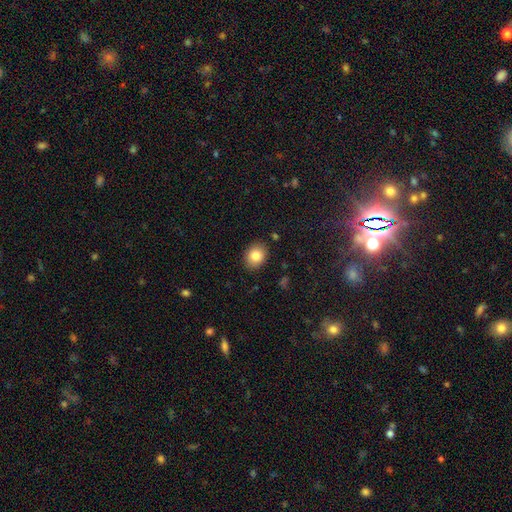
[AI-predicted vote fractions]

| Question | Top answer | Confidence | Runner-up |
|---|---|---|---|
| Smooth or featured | smooth | 83% | star or artifact (9%) |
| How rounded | in between | 56% | round (43%) |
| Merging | none | 88% | minor disturbance (9%) |